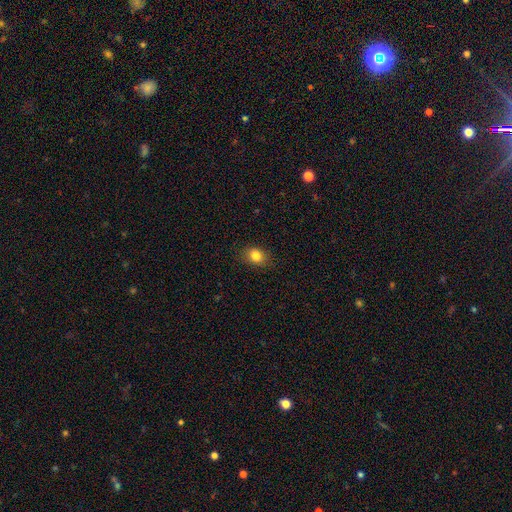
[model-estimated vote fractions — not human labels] Morphology: type=smooth (83%); roundness=in between (61%); merging=none (85%).